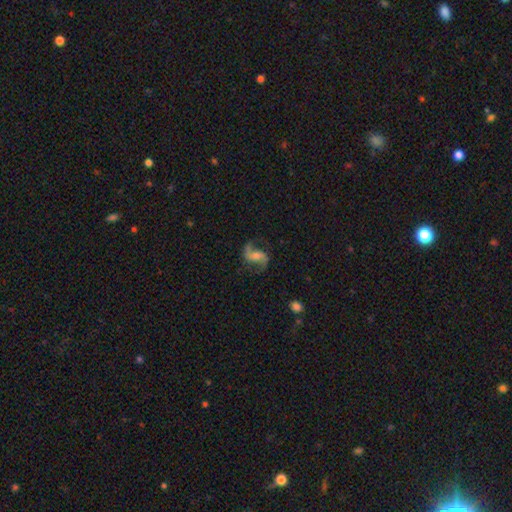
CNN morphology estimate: smooth-or-featured: featured or disk: 85% | smooth: 9% | star or artifact: 6%
  disk-edge-on: no: 97% | yes: 3%
    bar: weak: 40% | no: 34% | strong: 25%
    has-spiral-arms: yes: 96% | no: 4%
      spiral-winding: loose: 61% | medium: 33% | tight: 6%
      spiral-arm-count: 2: 93% | 1: 2% | can't tell: 2% | 3: 1% | 4: 1% | more than 4: 1%
    bulge-size: small: 46% | moderate: 41% | none: 7% | large: 5% | dominant: 1%
  merging: none: 74% | minor disturbance: 14% | major disturbance: 10% | merger: 2%